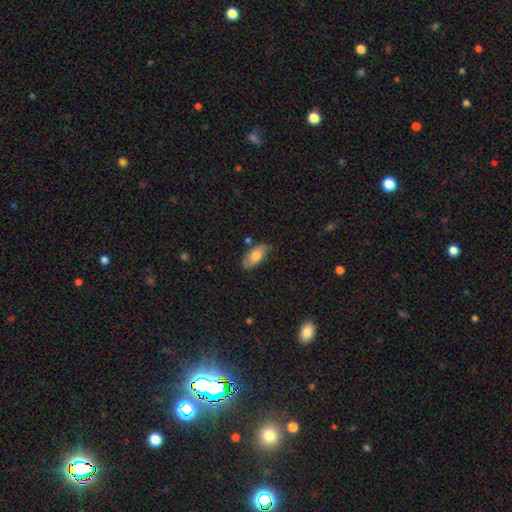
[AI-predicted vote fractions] This is likely a smooth galaxy (71%). How rounded: clearly in between (91%). Merging: likely none (65%).